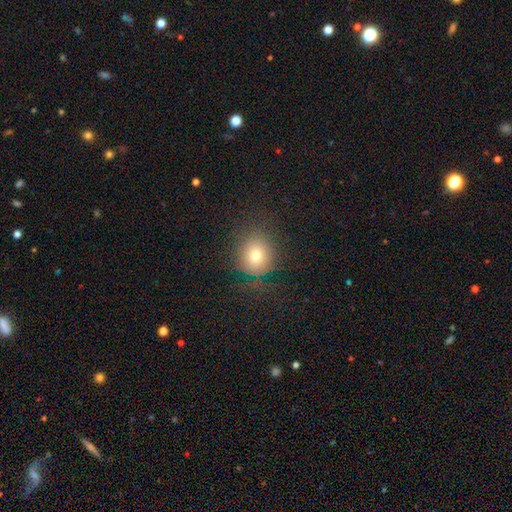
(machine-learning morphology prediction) Q: Smooth or featured?
A: smooth (73%); runner-up: star or artifact (15%)
Q: How rounded?
A: round (80%); runner-up: in between (19%)
Q: Merging?
A: none (75%); runner-up: minor disturbance (14%)